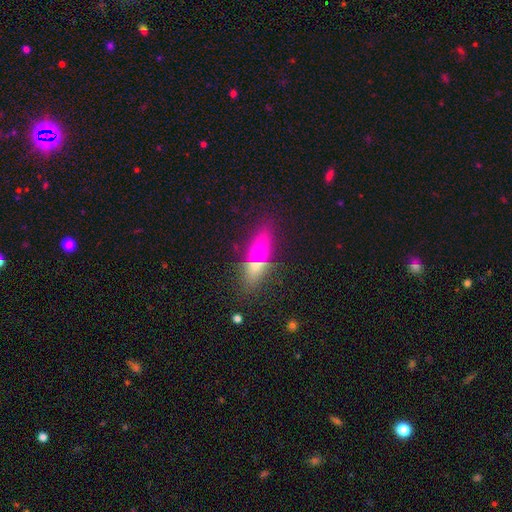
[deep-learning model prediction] Q: Smooth or featured?
A: smooth (53%); runner-up: featured or disk (28%)
Q: How rounded?
A: in between (58%); runner-up: cigar-shaped (30%)
Q: Merging?
A: none (71%); runner-up: minor disturbance (13%)